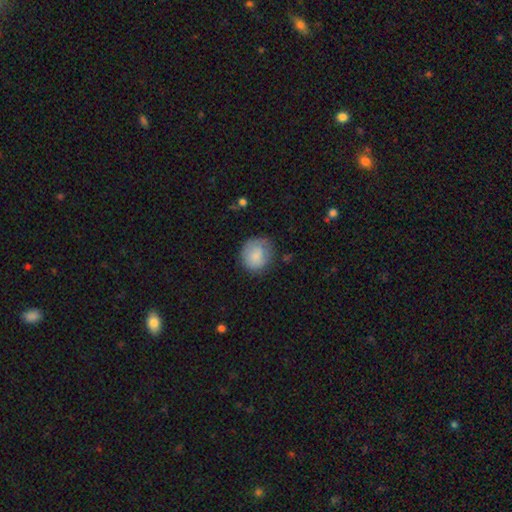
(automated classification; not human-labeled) A smooth galaxy with no disk features (81%) that is round (78%).

Vote fractions:
- Smooth or featured? smooth: 81% / featured or disk: 12% / star or artifact: 7%
- How rounded? round: 78% / in between: 22% / cigar-shaped: 1%
- Merging? none: 65% / minor disturbance: 25% / major disturbance: 9% / merger: 2%